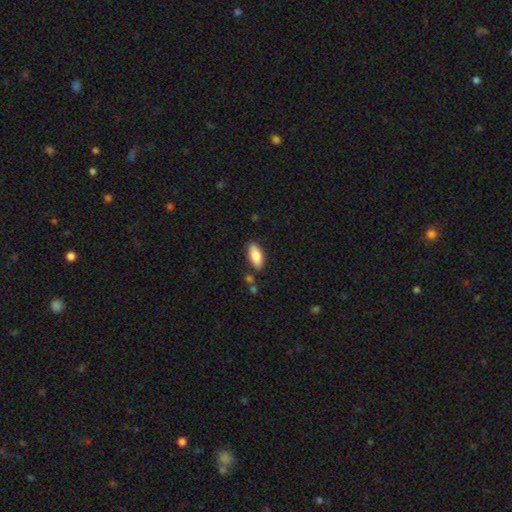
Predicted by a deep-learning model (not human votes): smooth-or-featured: smooth: 83% | featured or disk: 11% | star or artifact: 6%
  how-rounded: in between: 87% | cigar-shaped: 11% | round: 2%
  merging: none: 83% | minor disturbance: 11% | merger: 4% | major disturbance: 2%